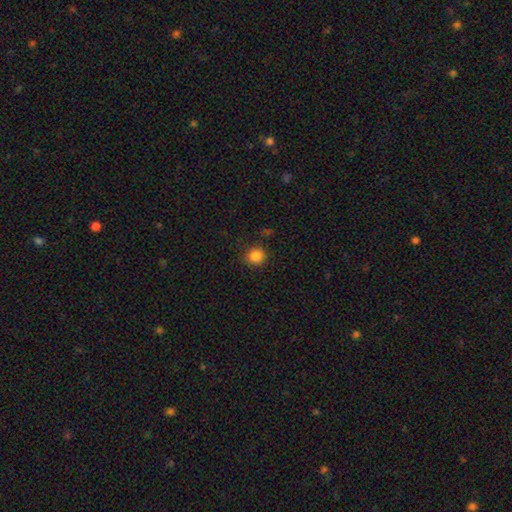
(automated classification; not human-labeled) Overall: smooth (85%). How rounded: round (88%). Merging: none (89%).